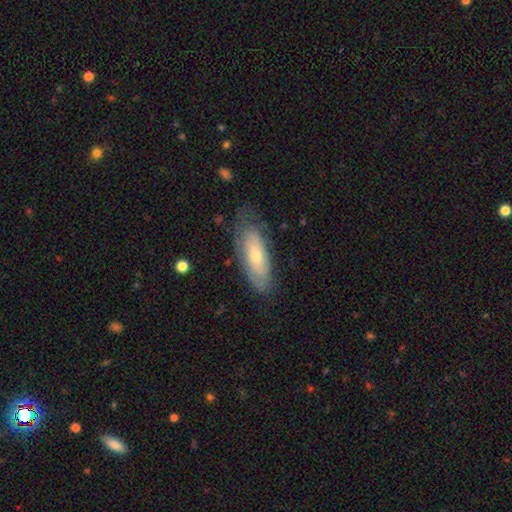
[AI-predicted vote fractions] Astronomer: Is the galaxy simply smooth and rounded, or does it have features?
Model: smooth — 48% (runner-up: featured or disk, 45%).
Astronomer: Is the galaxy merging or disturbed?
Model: none — 64%.